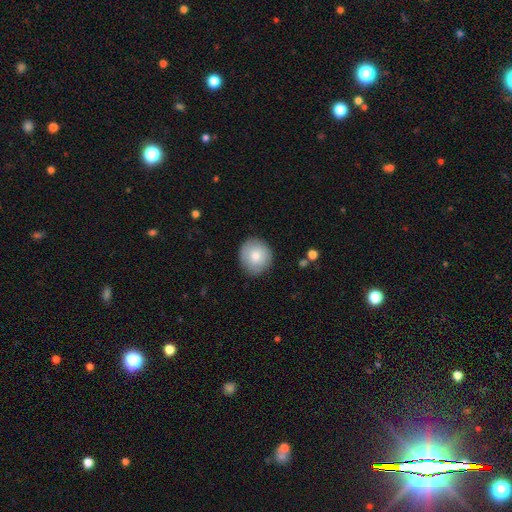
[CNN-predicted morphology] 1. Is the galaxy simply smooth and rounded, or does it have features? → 78% smooth, 15% featured or disk, 7% star or artifact.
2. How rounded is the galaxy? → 88% round, 11% in between, 1% cigar-shaped.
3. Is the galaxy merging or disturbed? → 86% none, 11% minor disturbance, 2% major disturbance, 1% merger.